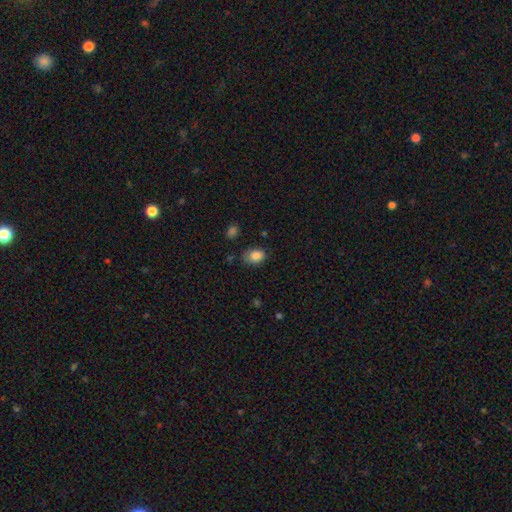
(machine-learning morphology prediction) A smooth galaxy with no disk features (86%) that is in between round and cigar-shaped (75%). Merging: none (68%).